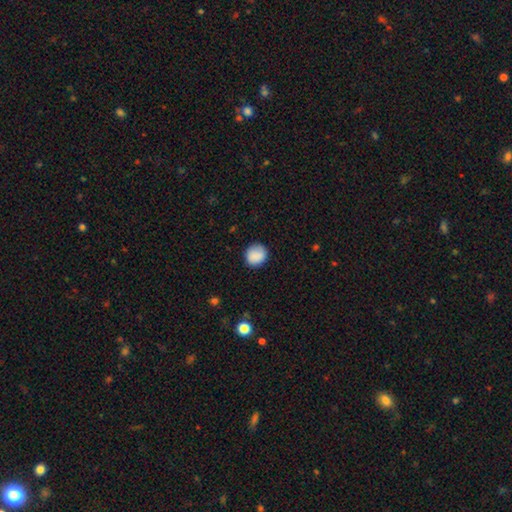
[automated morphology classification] Smooth or featured: smooth — 88% (star or artifact — 8%)
How rounded: round — 87% (in between — 12%)
Merging: none — 86% (minor disturbance — 10%)